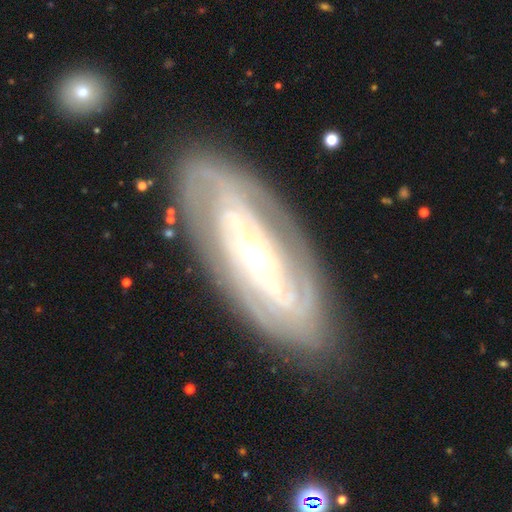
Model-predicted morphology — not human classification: The model was most divided on "bulge size": small: 48%, moderate: 45%, large: 4%, dominant: 1%, none: 1%. Remaining: edge-on disk — no (90%); spiral arms — yes (88%); smooth or featured — featured or disk (85%); merging — none (81%); spiral winding — tight (72%); bar — no (57%); spiral arm count — can't tell (40%).